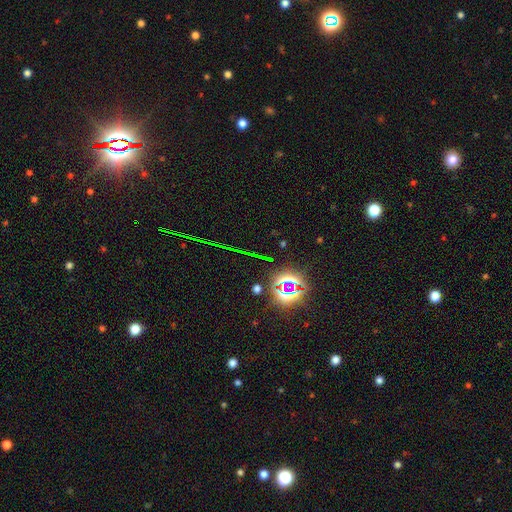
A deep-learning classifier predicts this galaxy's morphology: This appears to be a star or artifact, not a galaxy (76%).